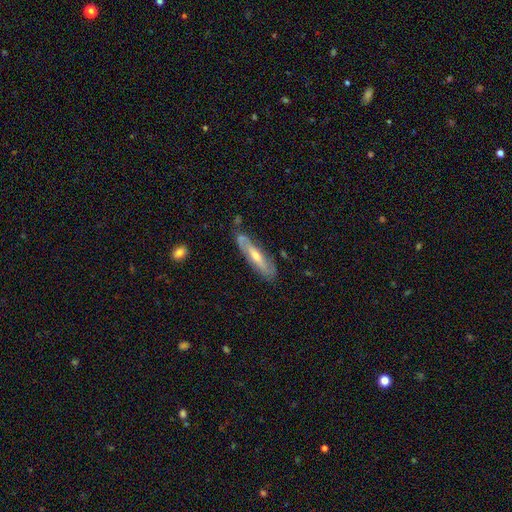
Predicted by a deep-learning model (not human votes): Overall: featured or disk (63%; smooth 31%). Edge-on disk: no (55%; yes 45%). Merging: none (75%).